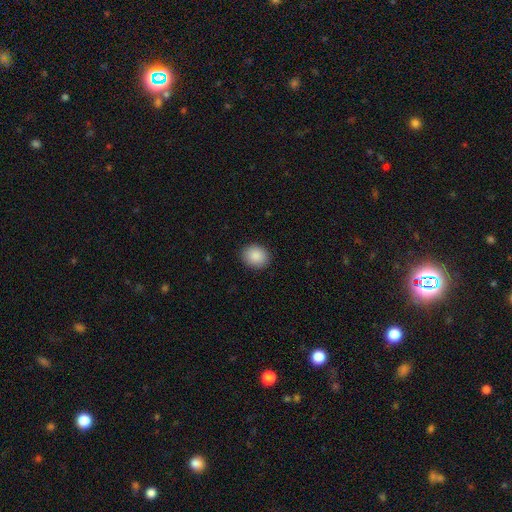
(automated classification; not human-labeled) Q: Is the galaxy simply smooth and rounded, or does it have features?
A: smooth — 89%.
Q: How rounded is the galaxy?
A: round — 64%.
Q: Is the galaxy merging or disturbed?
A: none — 90%.